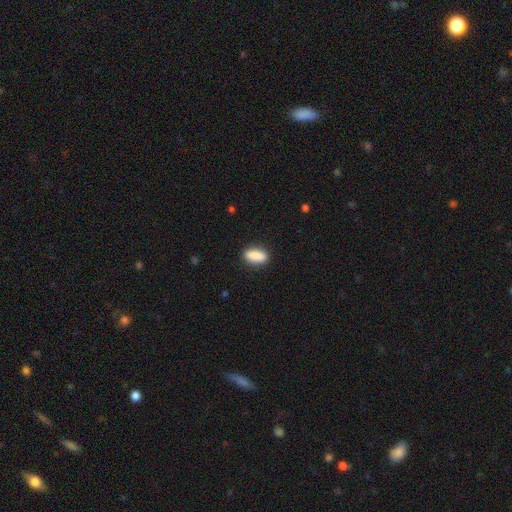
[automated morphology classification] A smooth galaxy with no disk features (88%) that is in between round and cigar-shaped (74%).

Vote fractions:
- Smooth or featured? smooth: 88% / star or artifact: 7% / featured or disk: 5%
- How rounded? in between: 74% / cigar-shaped: 23% / round: 4%
- Merging? none: 88% / minor disturbance: 9% / major disturbance: 2% / merger: 1%